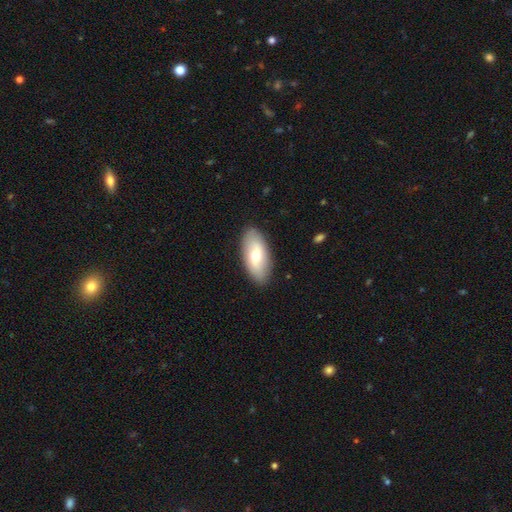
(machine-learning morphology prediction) smooth-or-featured: smooth: 61% | featured or disk: 33% | star or artifact: 6%
  how-rounded: in between: 90% | cigar-shaped: 7% | round: 3%
  merging: none: 88% | minor disturbance: 9% | major disturbance: 2% | merger: 1%